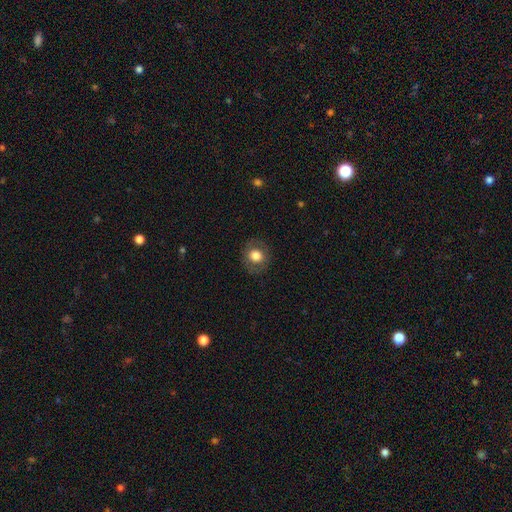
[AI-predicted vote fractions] smooth_or_featured: smooth (p=0.74) [alt: featured or disk p=0.17]
how_rounded: round (p=0.82) [alt: in between p=0.17]
merging: none (p=0.86) [alt: minor disturbance p=0.09]